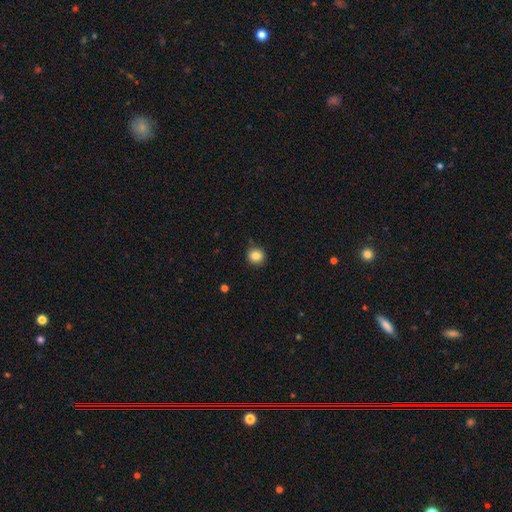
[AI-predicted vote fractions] Smooth or featured: smooth — 86% (star or artifact — 10%)
How rounded: round — 89% (in between — 10%)
Merging: none — 88% (minor disturbance — 9%)